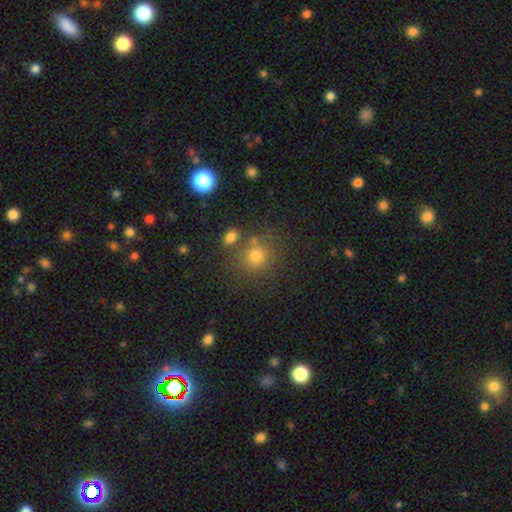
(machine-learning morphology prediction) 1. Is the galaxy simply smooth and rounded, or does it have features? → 75% smooth, 17% star or artifact, 8% featured or disk.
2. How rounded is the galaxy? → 83% round, 16% in between, 1% cigar-shaped.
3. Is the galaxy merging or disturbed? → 72% none, 12% merger, 11% minor disturbance, 5% major disturbance.